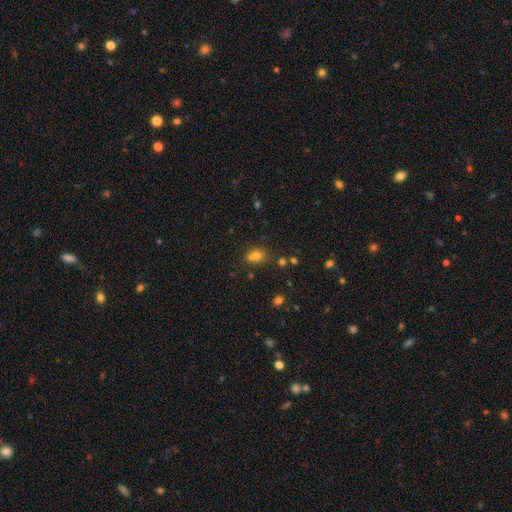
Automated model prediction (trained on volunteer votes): This appears to be a smooth galaxy with no disk features (70%) that is round (64%). Merging: none (48%).